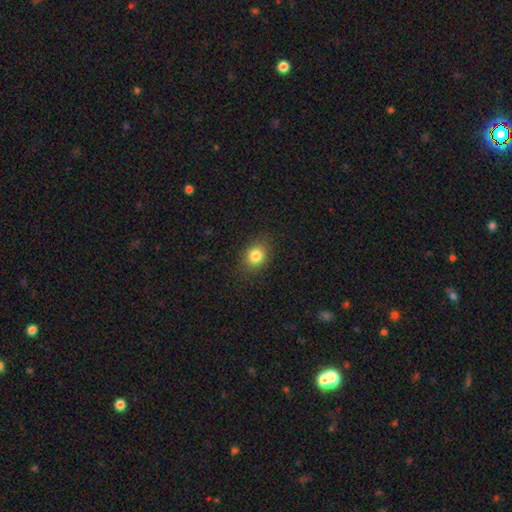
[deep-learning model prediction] Morphology: type=smooth (82%); roundness=round (50%); merging=none (86%).